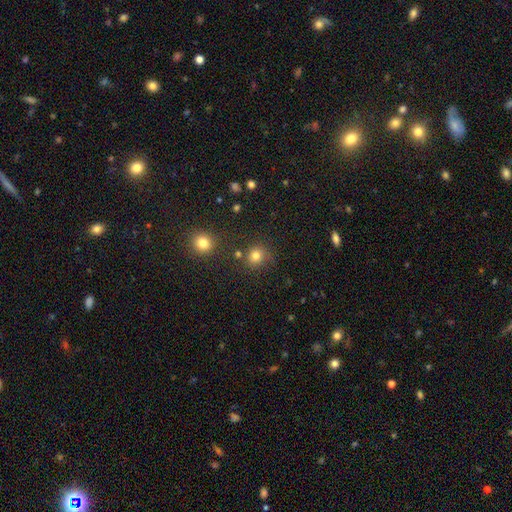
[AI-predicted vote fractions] smooth_or_featured: smooth (p=0.79) [alt: star or artifact p=0.15]
how_rounded: round (p=0.86) [alt: in between p=0.13]
merging: none (p=0.75) [alt: minor disturbance p=0.13]